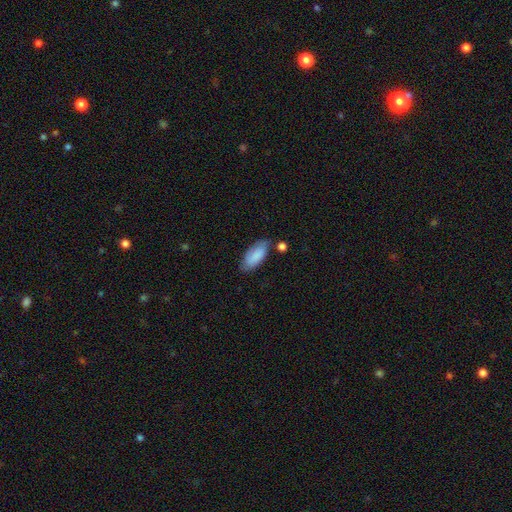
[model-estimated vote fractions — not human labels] This is clearly a smooth galaxy (84%). How rounded: clearly in between (86%). Merging: likely none (66%).